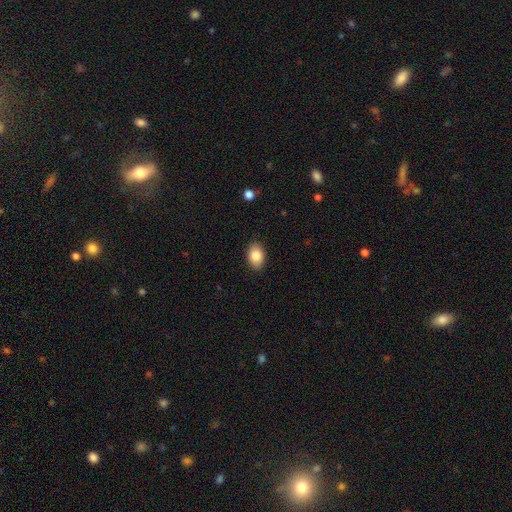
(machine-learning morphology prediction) smooth 87%, star or artifact 7%, featured or disk 6%. Down the decision tree: how rounded — in between (85%); merging — none (87%).